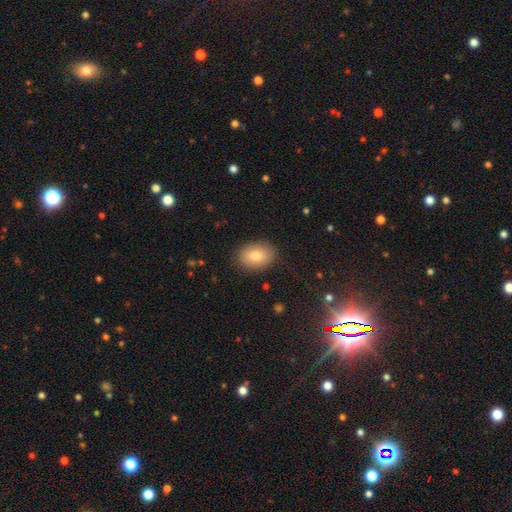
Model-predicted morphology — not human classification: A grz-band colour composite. It shows a smooth galaxy with no disk features (82%) that is in between round and cigar-shaped (76%). Merging: none (86%).